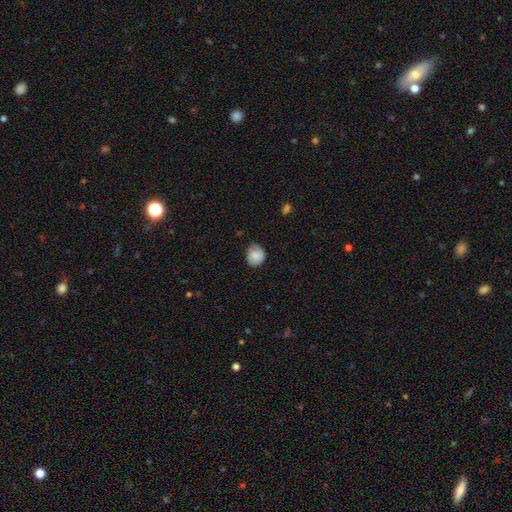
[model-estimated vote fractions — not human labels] This appears to be a smooth galaxy with no disk features (79%) that is round (66%). Merging: none (63%).